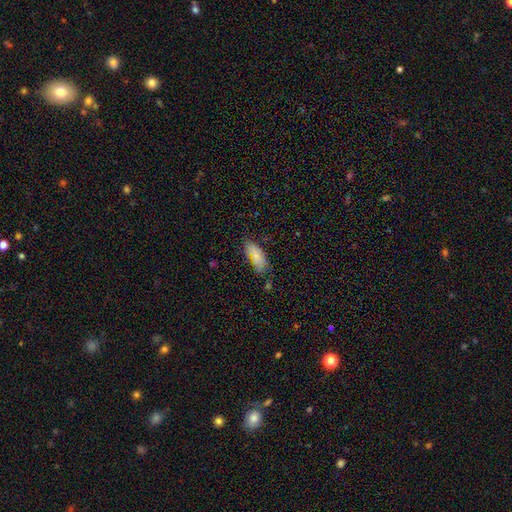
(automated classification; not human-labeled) This is likely a smooth galaxy (79%). How rounded: clearly in between (84%). Merging: likely none (68%).